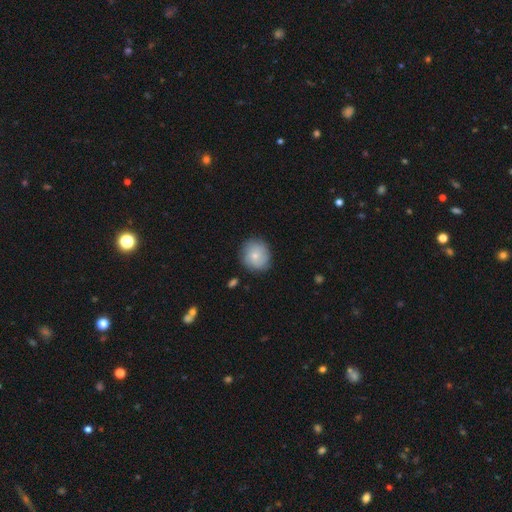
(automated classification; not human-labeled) smooth-or-featured: smooth: 58% | featured or disk: 34% | star or artifact: 8%
  how-rounded: round: 86% | in between: 13% | cigar-shaped: 1%
  merging: none: 81% | minor disturbance: 14% | major disturbance: 4% | merger: 1%